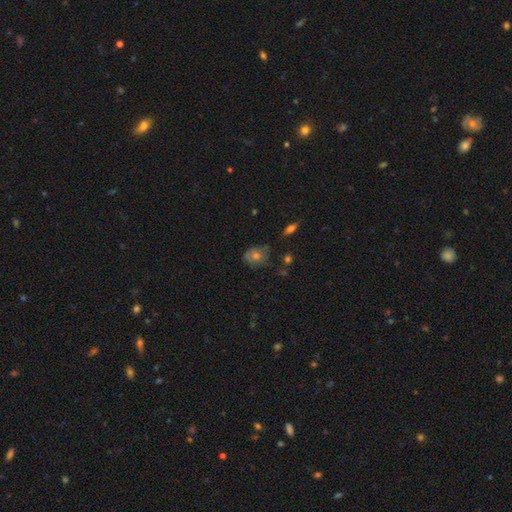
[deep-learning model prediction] Overall: smooth (54%; featured or disk 28%). How rounded: round (59%; in between 39%). Merging: none (68%).